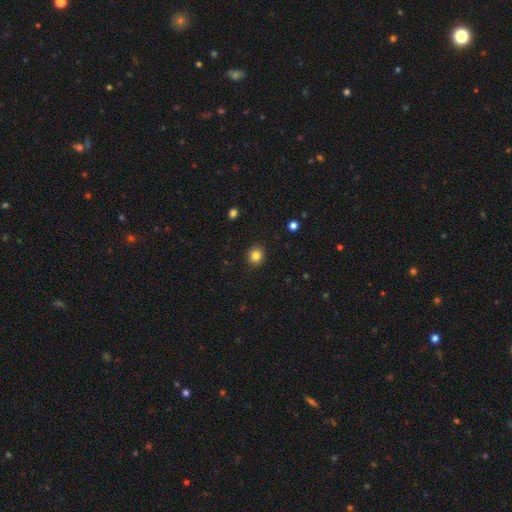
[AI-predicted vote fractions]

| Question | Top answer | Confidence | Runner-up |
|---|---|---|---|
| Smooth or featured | smooth | 83% | star or artifact (11%) |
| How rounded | round | 76% | in between (23%) |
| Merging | none | 91% | minor disturbance (6%) |